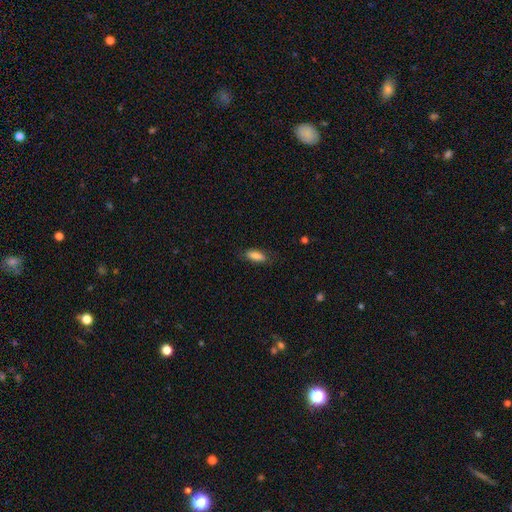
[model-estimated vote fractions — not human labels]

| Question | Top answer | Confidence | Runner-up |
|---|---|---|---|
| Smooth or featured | smooth | 83% | featured or disk (10%) |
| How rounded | in between | 70% | cigar-shaped (27%) |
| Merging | none | 78% | minor disturbance (17%) |